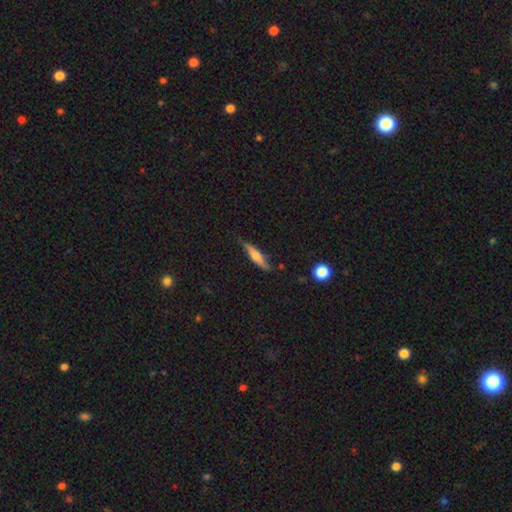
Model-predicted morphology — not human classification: This appears to be a featured or disk galaxy (47%). Merging: none (73%).